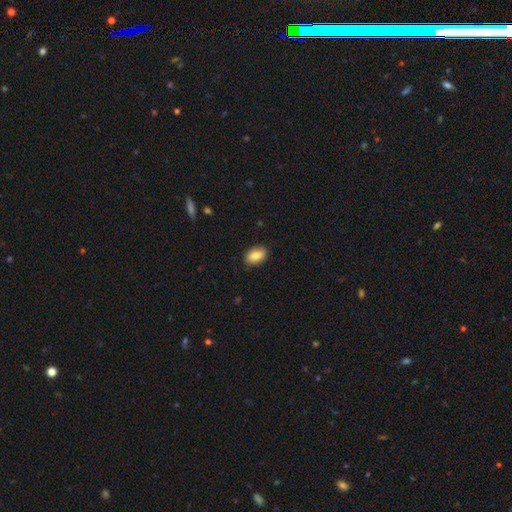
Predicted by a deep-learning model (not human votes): Smooth or featured: smooth — 83% (featured or disk — 9%)
How rounded: in between — 90% (round — 9%)
Merging: none — 87% (minor disturbance — 10%)